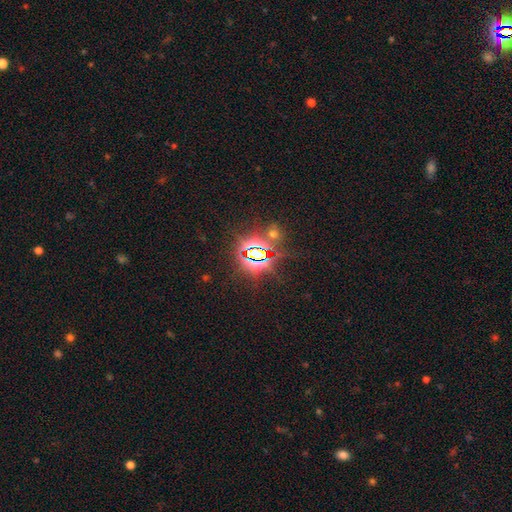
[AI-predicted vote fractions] smooth-or-featured: star or artifact: 80% | smooth: 12% | featured or disk: 8%